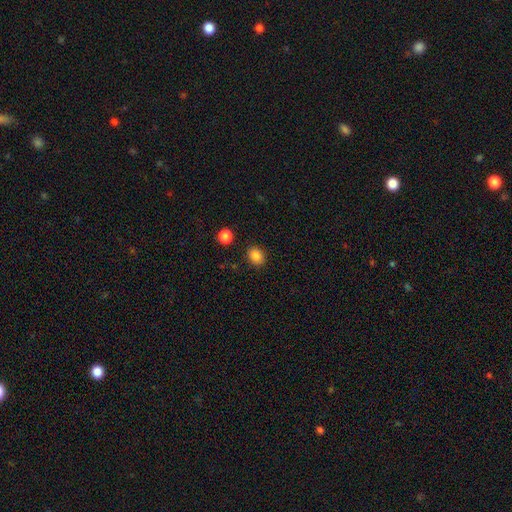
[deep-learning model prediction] smooth-or-featured: smooth: 86% | star or artifact: 10% | featured or disk: 4%
  how-rounded: round: 55% | in between: 44% | cigar-shaped: 1%
  merging: none: 88% | minor disturbance: 8% | major disturbance: 2% | merger: 2%